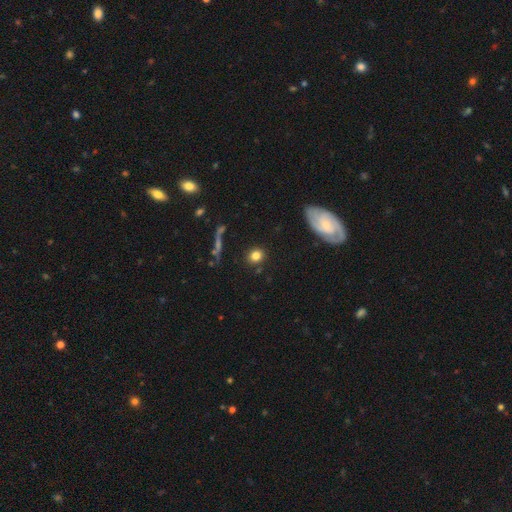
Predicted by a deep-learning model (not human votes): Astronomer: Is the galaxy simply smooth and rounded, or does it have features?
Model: smooth — 81%.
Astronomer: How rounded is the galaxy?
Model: round — 83%.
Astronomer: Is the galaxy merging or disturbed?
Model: none — 87%.